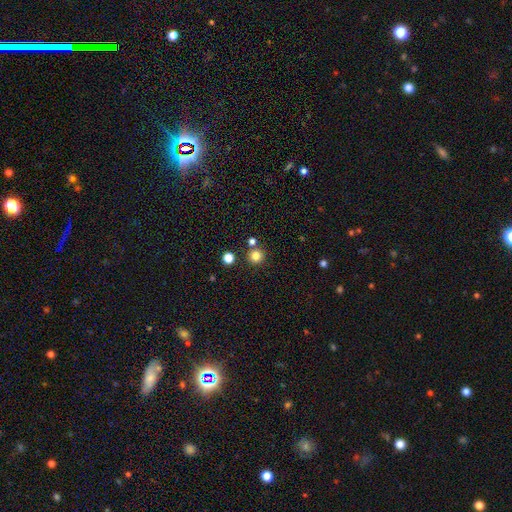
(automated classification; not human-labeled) Smooth or featured? Predicted: smooth (p=0.81). How rounded? Predicted: round (p=0.95). Merging? Predicted: none (p=0.83).